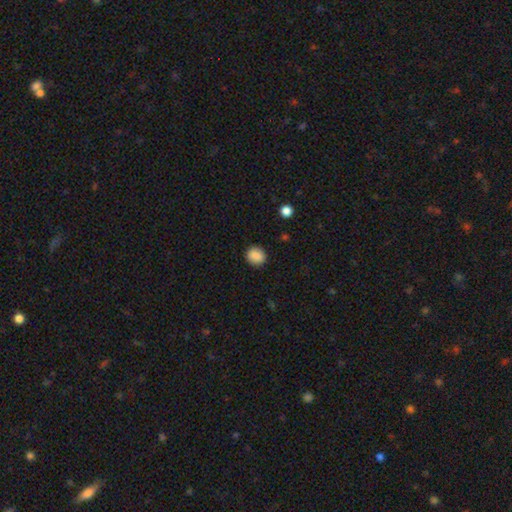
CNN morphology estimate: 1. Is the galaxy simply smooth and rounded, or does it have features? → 87% smooth, 9% star or artifact, 4% featured or disk.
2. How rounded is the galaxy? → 72% round, 27% in between, 1% cigar-shaped.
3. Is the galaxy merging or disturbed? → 88% none, 9% minor disturbance, 2% major disturbance, 1% merger.